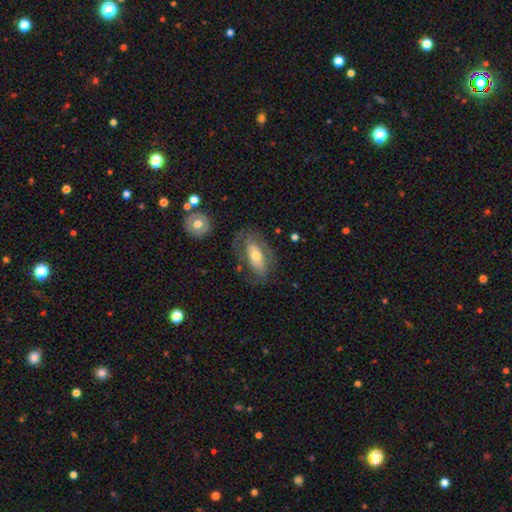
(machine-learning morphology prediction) featured or disk 61%, smooth 33%, star or artifact 6%. Down the decision tree: edge-on disk — no (87%); bar — no (54%); spiral arms — yes (65%); bulge size — moderate (62%); merging — none (61%).